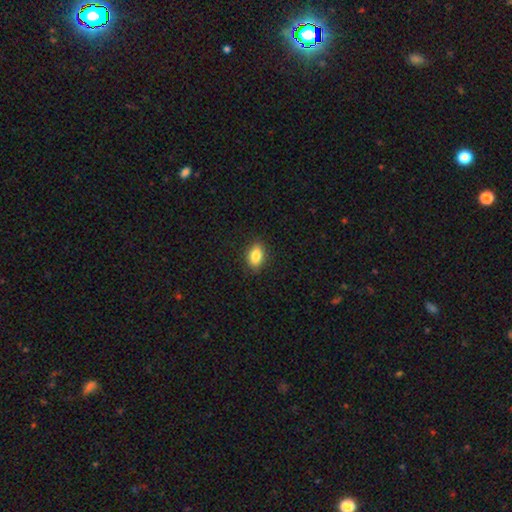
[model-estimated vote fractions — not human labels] Smooth or featured? smooth (85%)
How rounded? in between (85%)
Merging? none (87%)